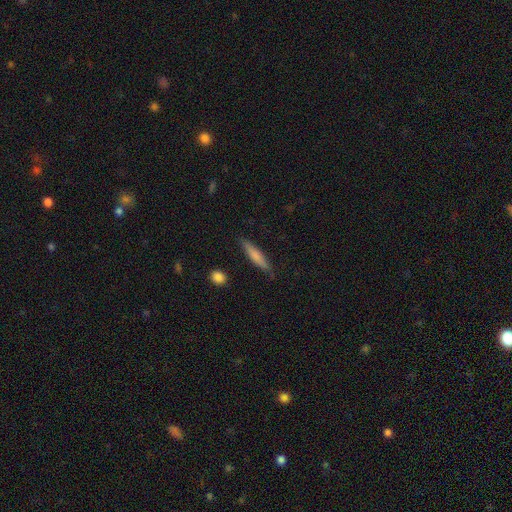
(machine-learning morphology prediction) Smooth or featured: smooth — 68% (featured or disk — 26%)
How rounded: cigar-shaped — 88% (in between — 11%)
Merging: none — 84% (minor disturbance — 12%)